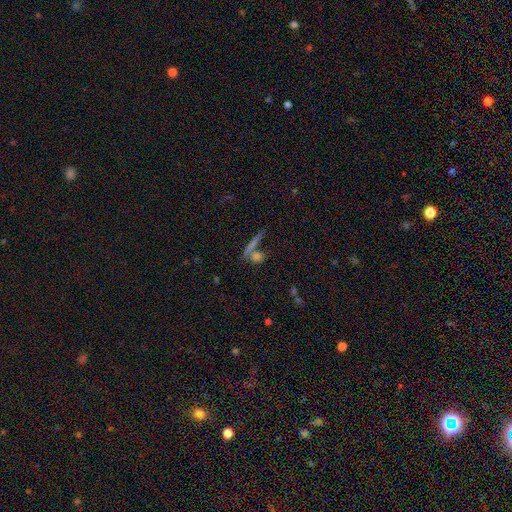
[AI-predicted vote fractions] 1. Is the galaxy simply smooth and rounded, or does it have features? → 53% smooth, 26% featured or disk, 21% star or artifact.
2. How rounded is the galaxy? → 39% cigar-shaped, 34% round, 27% in between.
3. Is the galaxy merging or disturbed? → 61% none, 24% merger, 9% minor disturbance, 6% major disturbance.